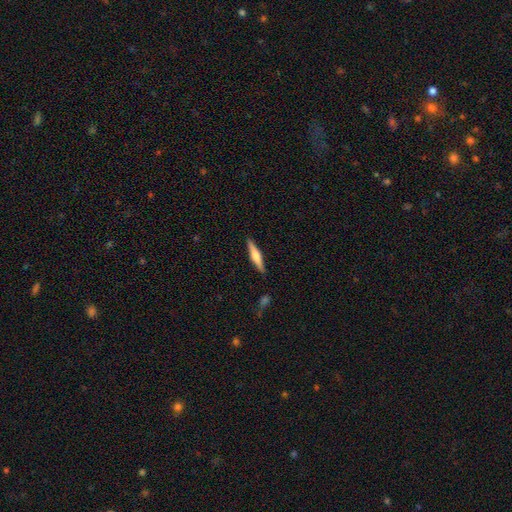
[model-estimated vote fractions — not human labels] smooth 50%, featured or disk 44%, star or artifact 6%. Down the decision tree: how rounded — cigar-shaped (86%); merging — none (89%).